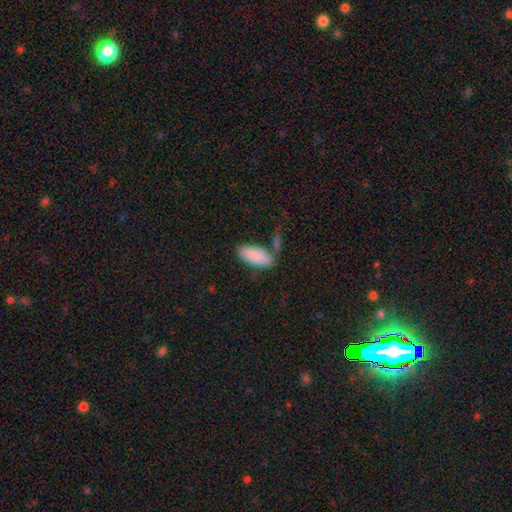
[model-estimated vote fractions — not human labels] Smooth or featured? Predicted: smooth (p=0.87). How rounded? Predicted: in between (p=0.87). Merging? Predicted: none (p=0.64).